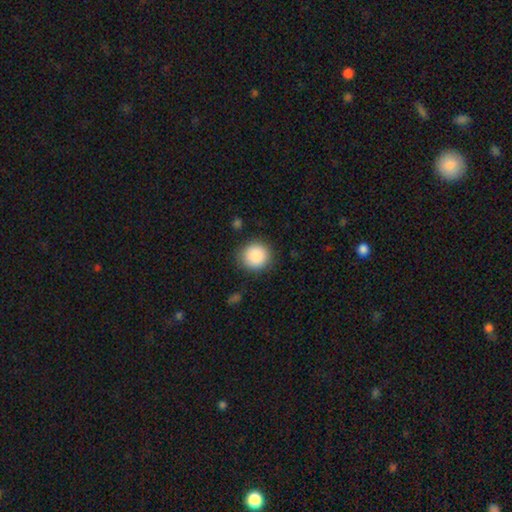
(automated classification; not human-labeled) A smooth galaxy with no disk features (88%) that is round (90%). Merging: none (88%).